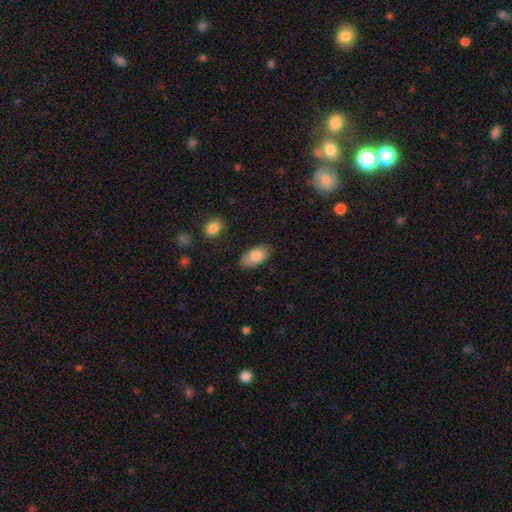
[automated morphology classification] Smooth or featured? smooth (85%)
How rounded? in between (92%)
Merging? none (73%)